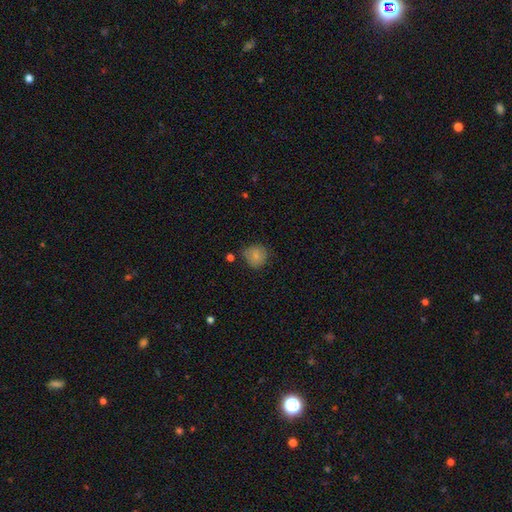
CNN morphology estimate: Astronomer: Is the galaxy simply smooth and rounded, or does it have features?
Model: smooth — 82%.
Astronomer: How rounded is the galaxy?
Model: round — 84%.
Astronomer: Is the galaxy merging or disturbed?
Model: none — 68%.